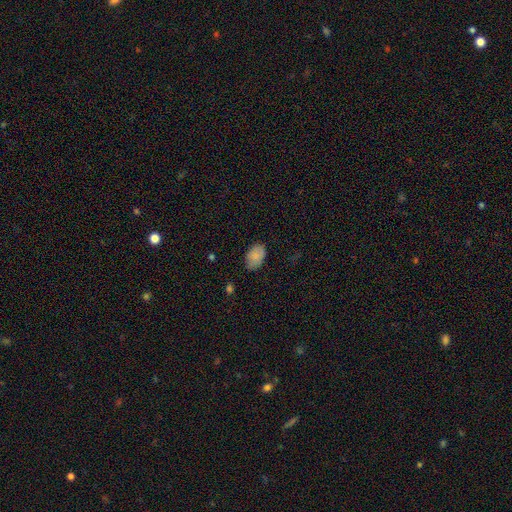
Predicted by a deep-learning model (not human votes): This appears to be a smooth galaxy with no disk features (84%) that is in between round and cigar-shaped (89%). Merging: none (76%).